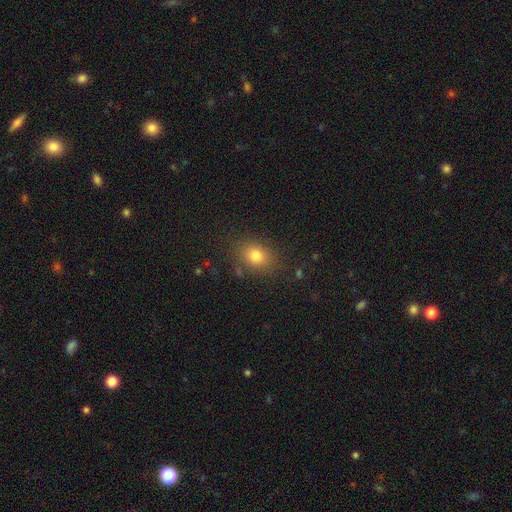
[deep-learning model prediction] This appears to be a smooth galaxy with no disk features (79%) that is in between round and cigar-shaped (58%). Merging: none (83%).